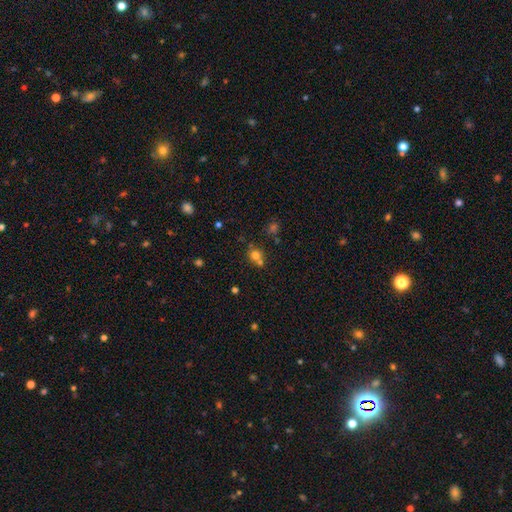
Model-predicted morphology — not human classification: smooth-or-featured: smooth: 70% | star or artifact: 19% | featured or disk: 11%
  how-rounded: round: 86% | in between: 13% | cigar-shaped: 1%
  merging: none: 55% | merger: 34% | minor disturbance: 8% | major disturbance: 3%